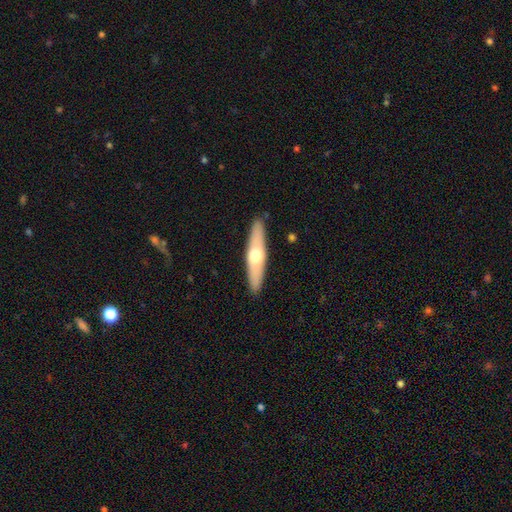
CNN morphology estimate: This appears to be a featured or disk galaxy (50%). Merging: none (90%).